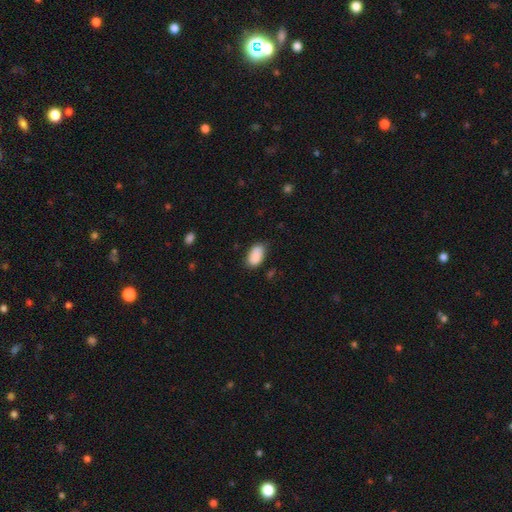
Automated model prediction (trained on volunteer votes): Q: Smooth or featured?
A: smooth (89%); runner-up: star or artifact (7%)
Q: How rounded?
A: in between (93%); runner-up: round (5%)
Q: Merging?
A: none (76%); runner-up: minor disturbance (18%)